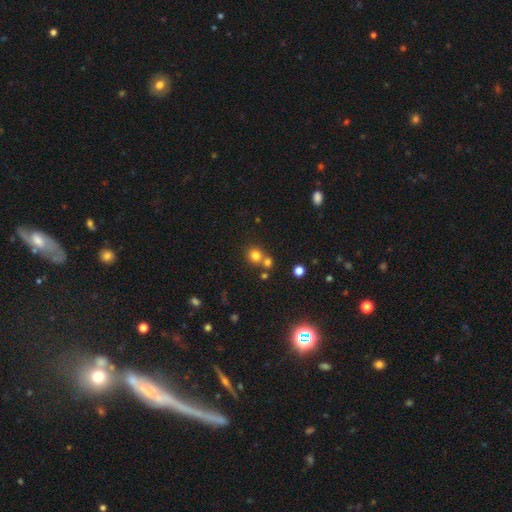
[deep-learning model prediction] smooth 77%, star or artifact 15%, featured or disk 7%. Down the decision tree: how rounded — round (87%); merging — none (60%).